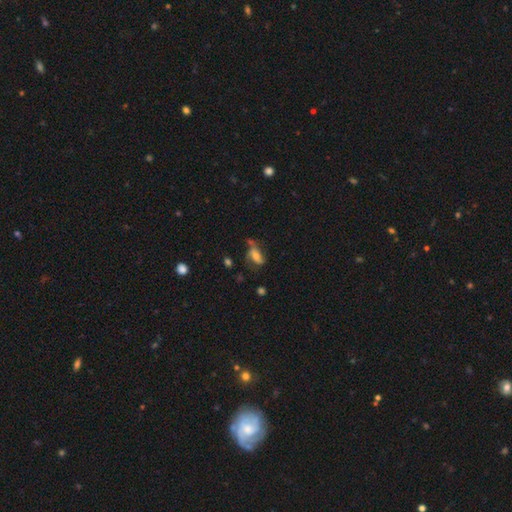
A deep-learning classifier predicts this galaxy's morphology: type=featured or disk (47%); merging=none (41%).